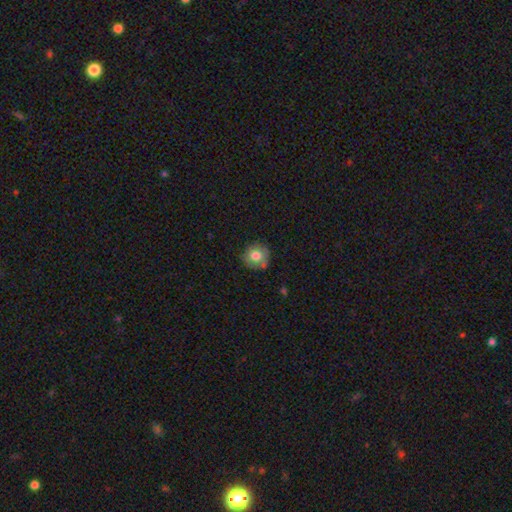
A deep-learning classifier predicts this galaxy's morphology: smooth-or-featured: smooth: 73% | featured or disk: 18% | star or artifact: 9%
  how-rounded: round: 88% | in between: 11% | cigar-shaped: 1%
  merging: none: 72% | minor disturbance: 19% | major disturbance: 4% | merger: 4%